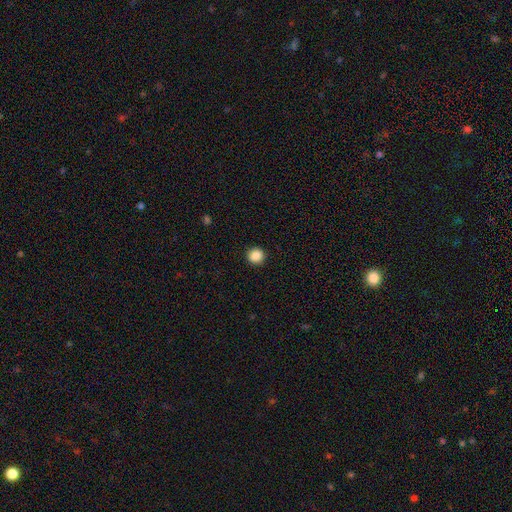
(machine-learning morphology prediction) smooth_or_featured: smooth (p=0.88) [alt: star or artifact p=0.09]
how_rounded: round (p=0.92) [alt: in between p=0.07]
merging: none (p=0.92) [alt: minor disturbance p=0.05]